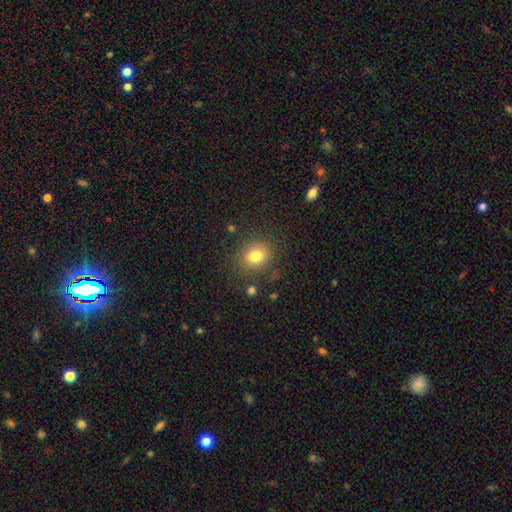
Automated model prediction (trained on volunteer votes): smooth 79%, star or artifact 13%, featured or disk 8%. Down the decision tree: how rounded — round (72%); merging — none (82%).